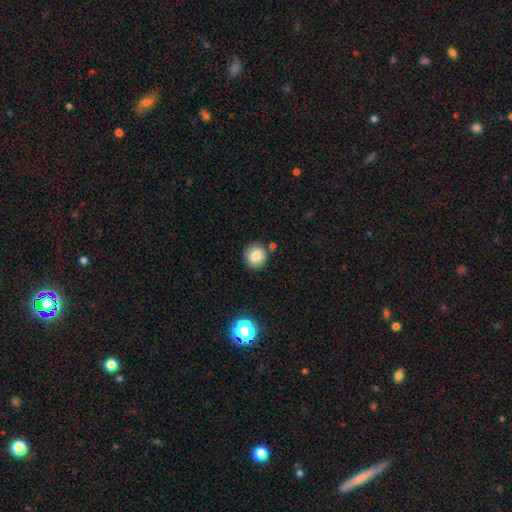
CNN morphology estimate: Q: Smooth or featured?
A: smooth (83%); runner-up: star or artifact (10%)
Q: How rounded?
A: round (92%); runner-up: in between (7%)
Q: Merging?
A: none (85%); runner-up: minor disturbance (8%)